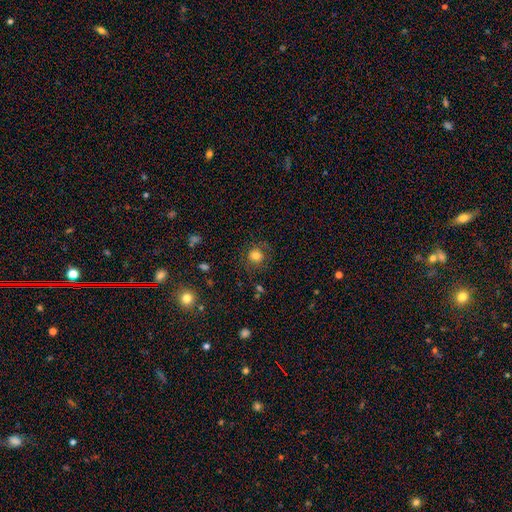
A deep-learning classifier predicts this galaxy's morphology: smooth-or-featured: smooth: 77% | star or artifact: 12% | featured or disk: 11%
  how-rounded: round: 89% | in between: 10% | cigar-shaped: 1%
  merging: none: 79% | minor disturbance: 13% | major disturbance: 7% | merger: 1%